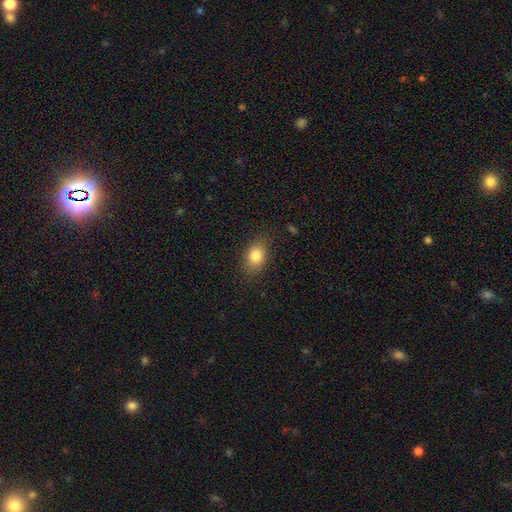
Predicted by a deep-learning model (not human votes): smooth 82%, star or artifact 9%, featured or disk 8%. Down the decision tree: how rounded — in between (77%); merging — none (83%).